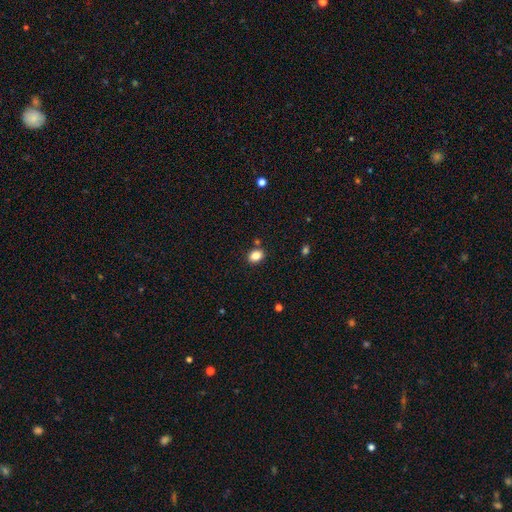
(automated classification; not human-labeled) This appears to be a smooth galaxy with no disk features (85%) that is in between round and cigar-shaped (60%). Merging: none (84%).